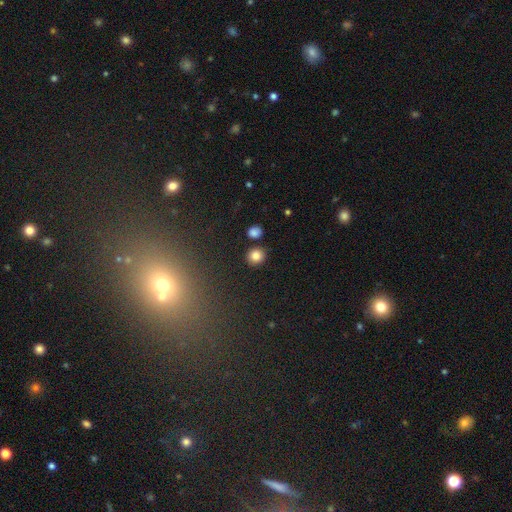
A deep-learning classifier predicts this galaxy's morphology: A smooth galaxy with no disk features (83%) that is round (86%). Merging: none (84%).